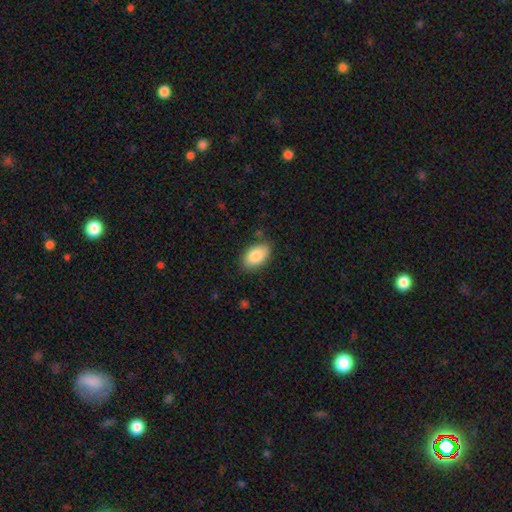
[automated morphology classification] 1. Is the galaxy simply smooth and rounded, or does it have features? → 86% smooth, 8% featured or disk, 6% star or artifact.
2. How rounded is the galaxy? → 94% in between, 4% round, 2% cigar-shaped.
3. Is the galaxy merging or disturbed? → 82% none, 13% minor disturbance, 3% major disturbance, 1% merger.